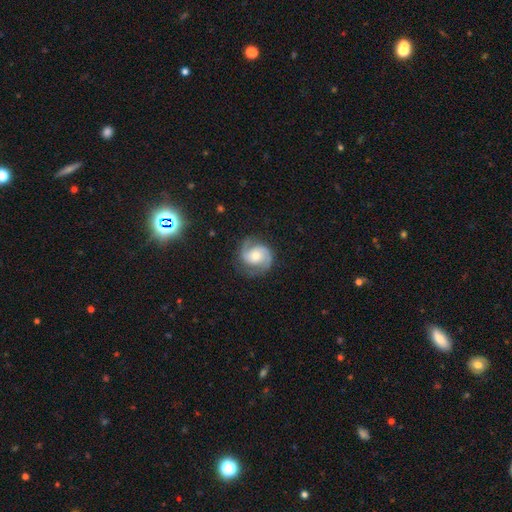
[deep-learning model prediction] A featured or disk galaxy (85%) with no bar (65%), 2 (90%) medium (49%) spiral arms (97%) and a moderate central bulge (58%).

Vote fractions:
- Smooth or featured? featured or disk: 85% / smooth: 9% / star or artifact: 5%
- Edge-on disk? no: 98% / yes: 2%
- Bar? no: 65% / weak: 28% / strong: 7%
- Spiral arms? yes: 97% / no: 3%
- Spiral winding? medium: 49% / tight: 37% / loose: 14%
- Spiral arm count? 2: 90% / can't tell: 3% / 3: 2% / 1: 2% / 4: 1% / more than 4: 1%
- Bulge size? moderate: 58% / small: 31% / large: 7% / none: 2% / dominant: 1%
- Merging? none: 79% / minor disturbance: 15% / major disturbance: 6% / merger: 1%